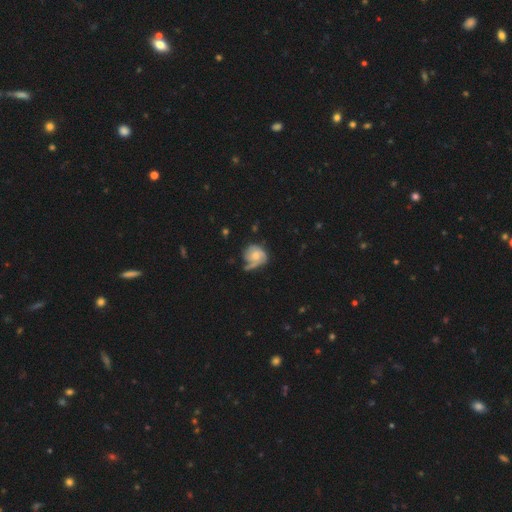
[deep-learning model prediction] Q: Smooth or featured?
A: featured or disk (66%); runner-up: smooth (27%)
Q: Edge-on disk?
A: no (98%); runner-up: yes (2%)
Q: Bar?
A: no (75%); runner-up: weak (21%)
Q: Spiral arms?
A: yes (89%); runner-up: no (11%)
Q: Spiral winding?
A: tight (46%); runner-up: medium (36%)
Q: Spiral arm count?
A: 2 (32%); runner-up: 1 (22%)
Q: Bulge size?
A: moderate (49%); runner-up: small (37%)
Q: Merging?
A: none (47%); runner-up: minor disturbance (27%)